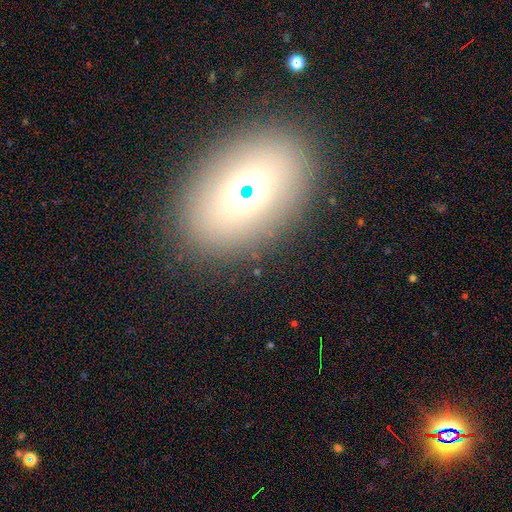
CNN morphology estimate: This appears to be a smooth galaxy with no disk features (58%) that is in between round and cigar-shaped (84%). Merging: none (83%).